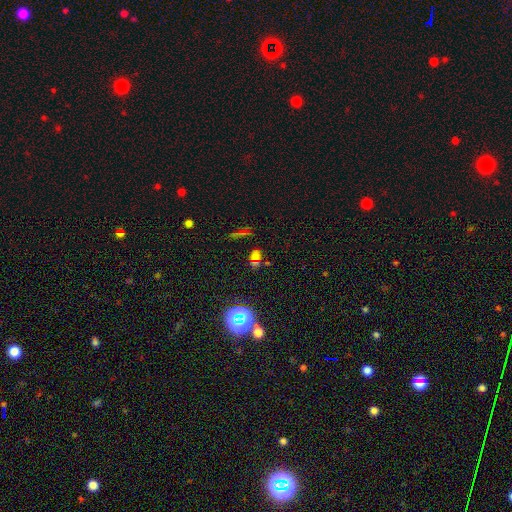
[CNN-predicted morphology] Q: Smooth or featured?
A: star or artifact (47%); runner-up: smooth (43%)